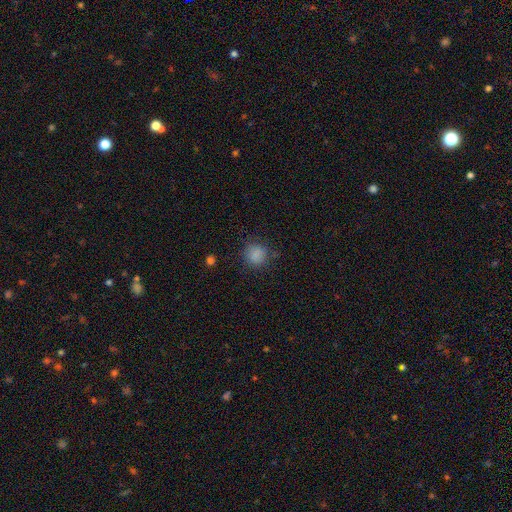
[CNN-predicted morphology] This is clearly a smooth galaxy (80%). How rounded: clearly round (88%). Merging: clearly none (82%).